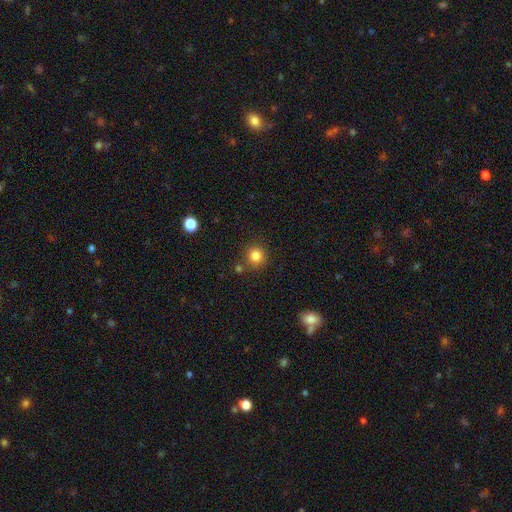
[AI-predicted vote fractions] Smooth or featured? Predicted: smooth (p=0.84). How rounded? Predicted: round (p=0.92). Merging? Predicted: none (p=0.81).